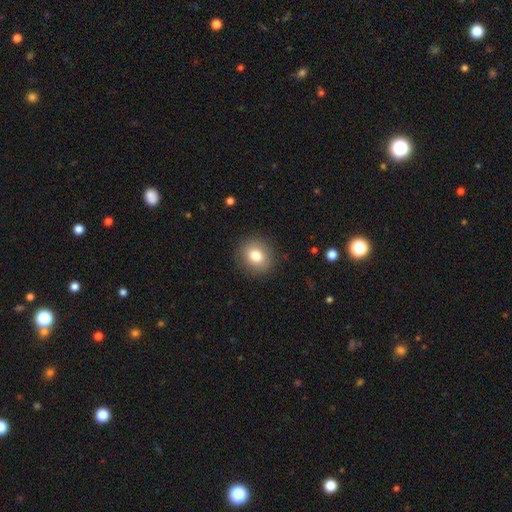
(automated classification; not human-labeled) A smooth galaxy with no disk features (81%) that is round (77%). Merging: none (89%).